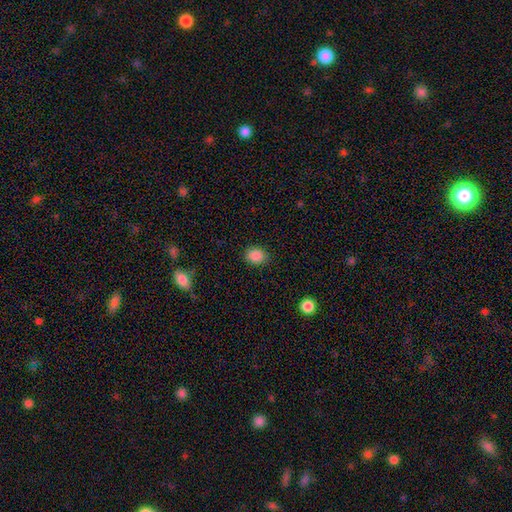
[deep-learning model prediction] Smooth or featured: smooth — 87% (star or artifact — 10%)
How rounded: round — 51% (in between — 48%)
Merging: none — 88% (minor disturbance — 9%)